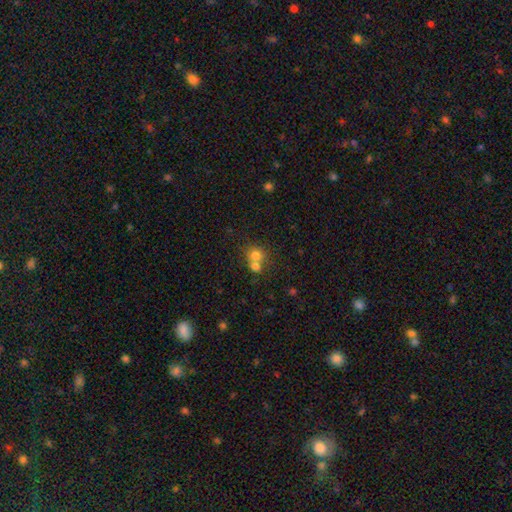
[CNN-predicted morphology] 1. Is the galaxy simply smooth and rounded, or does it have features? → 74% smooth, 13% featured or disk, 13% star or artifact.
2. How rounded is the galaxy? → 79% round, 20% in between, 1% cigar-shaped.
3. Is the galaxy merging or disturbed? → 56% merger, 36% none, 6% minor disturbance, 3% major disturbance.